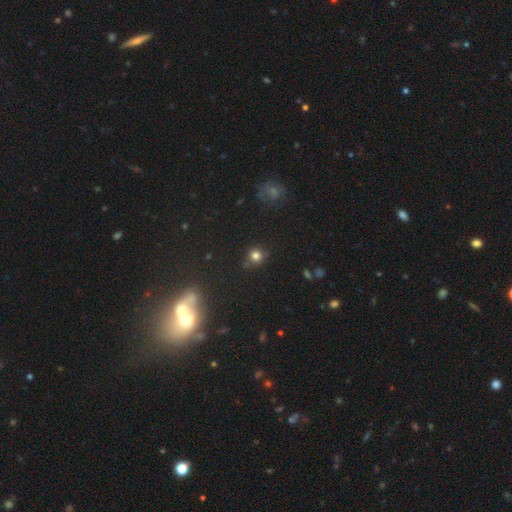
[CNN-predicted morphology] smooth_or_featured: smooth (p=0.75) [alt: star or artifact p=0.18]
how_rounded: round (p=0.89) [alt: in between p=0.09]
merging: none (p=0.77) [alt: minor disturbance p=0.13]